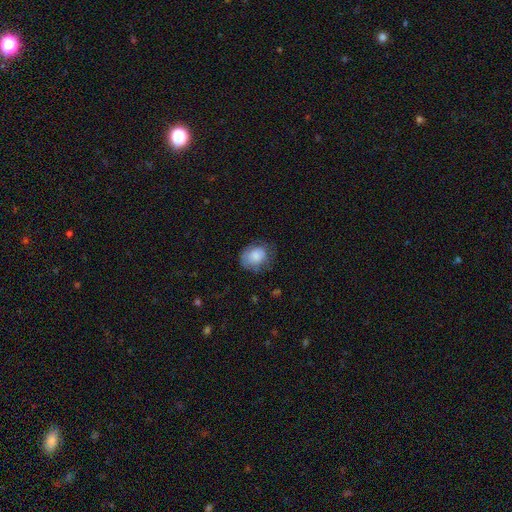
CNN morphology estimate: type=smooth (74%); roundness=in between (56%); merging=none (55%).